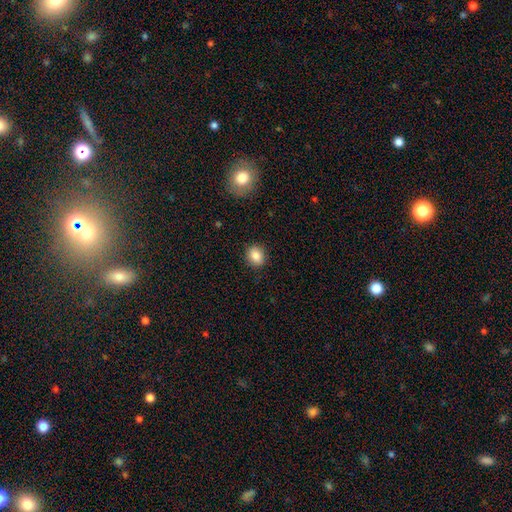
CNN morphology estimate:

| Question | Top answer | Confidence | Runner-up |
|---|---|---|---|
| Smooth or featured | smooth | 85% | star or artifact (10%) |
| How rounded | round | 64% | in between (35%) |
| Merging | none | 89% | minor disturbance (7%) |